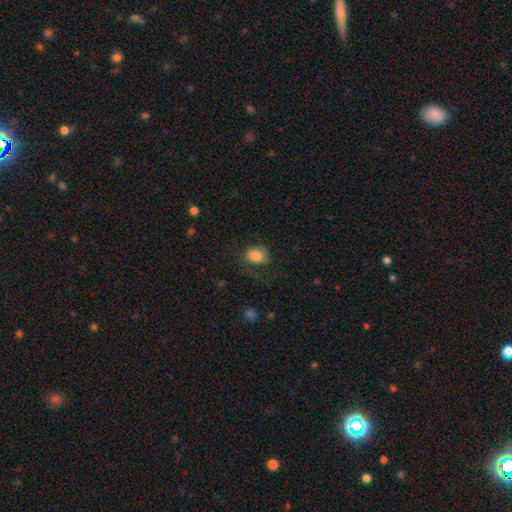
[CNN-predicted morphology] Smooth or featured? Predicted: smooth (p=0.78). How rounded? Predicted: round (p=0.55). Merging? Predicted: none (p=0.46).